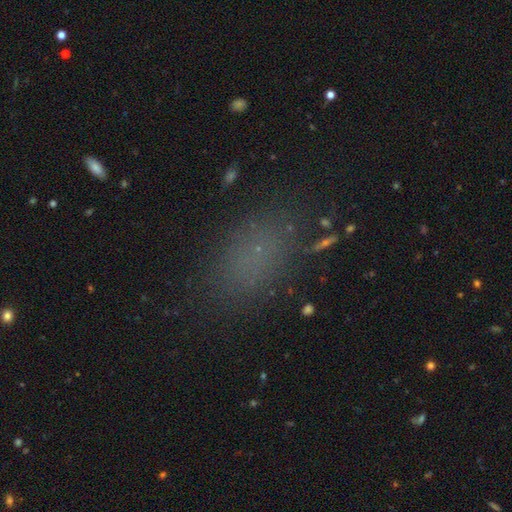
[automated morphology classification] A smooth galaxy with no disk features (70%) that is in between round and cigar-shaped (85%). Merging: none (81%).